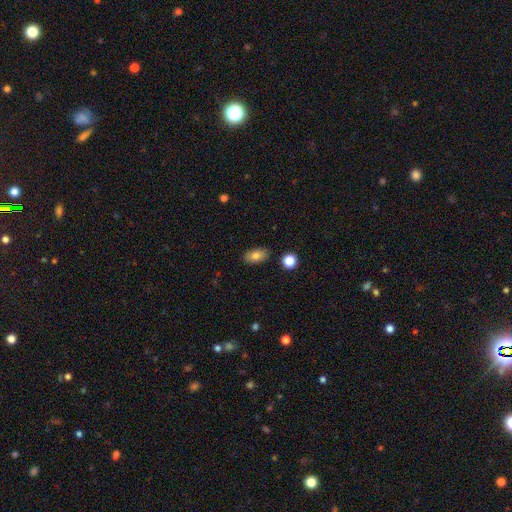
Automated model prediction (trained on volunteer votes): Morphology: type=smooth (80%); roundness=in between (90%); merging=none (87%).